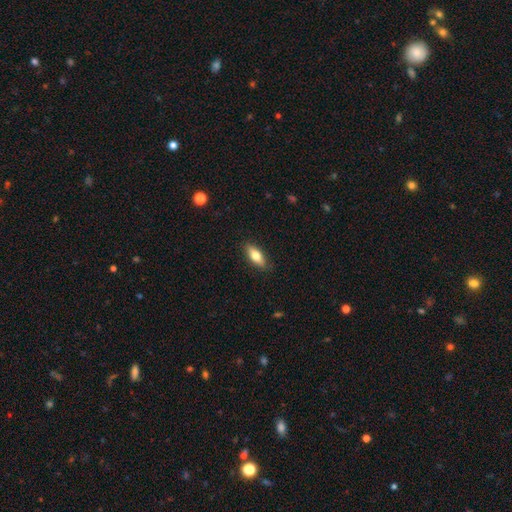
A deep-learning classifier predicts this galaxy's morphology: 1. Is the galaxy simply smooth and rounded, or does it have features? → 70% smooth, 23% featured or disk, 6% star or artifact.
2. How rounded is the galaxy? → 74% in between, 23% cigar-shaped, 3% round.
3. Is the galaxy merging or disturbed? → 86% none, 11% minor disturbance, 2% major disturbance, 1% merger.